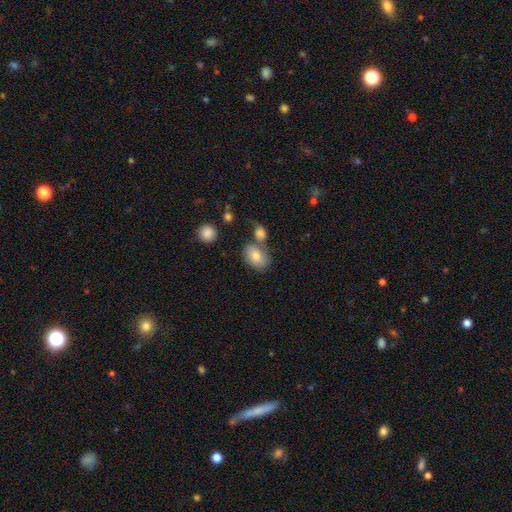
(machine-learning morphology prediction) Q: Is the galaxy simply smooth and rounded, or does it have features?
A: smooth — 79%.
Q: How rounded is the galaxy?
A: in between — 80%.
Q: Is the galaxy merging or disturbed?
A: none — 55%.